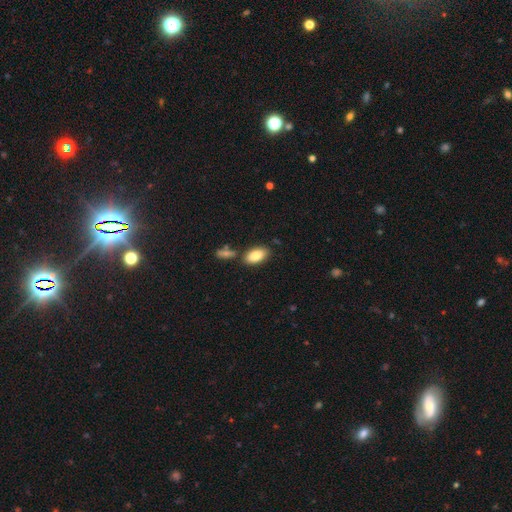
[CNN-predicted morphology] Q: Smooth or featured?
A: smooth (86%); runner-up: featured or disk (7%)
Q: How rounded?
A: in between (93%); runner-up: cigar-shaped (4%)
Q: Merging?
A: none (77%); runner-up: minor disturbance (12%)